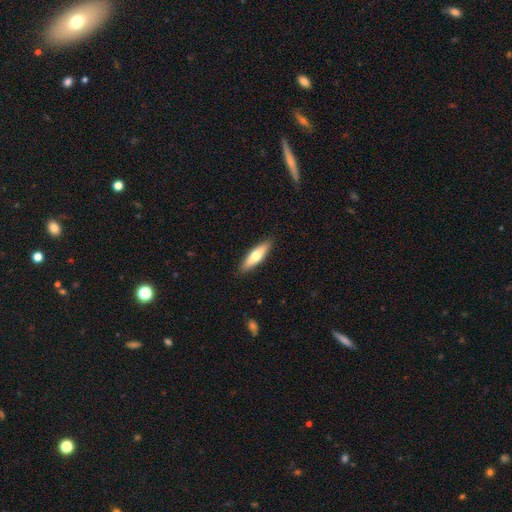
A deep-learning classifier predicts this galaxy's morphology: This appears to be a smooth galaxy with no disk features (64%) that is cigar-shaped (65%). Merging: none (89%).